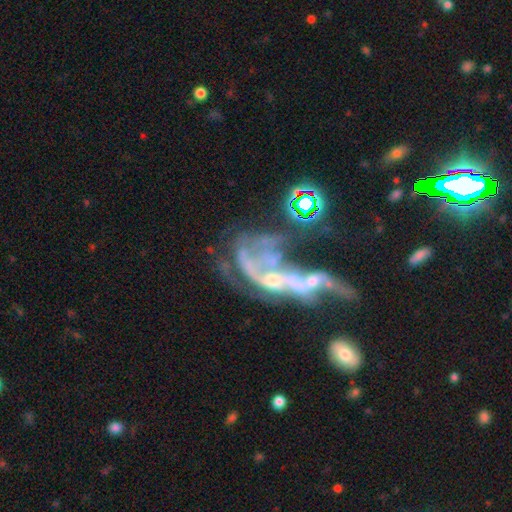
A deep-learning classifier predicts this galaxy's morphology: Smooth or featured? Predicted: featured or disk (p=0.69). Edge-on disk? Predicted: no (p=0.92). Bar? Predicted: no (p=0.70). Spiral arms? Predicted: no (p=0.50, tied with yes). Bulge size? Predicted: small (p=0.38). Merging? Predicted: merger (p=0.44).